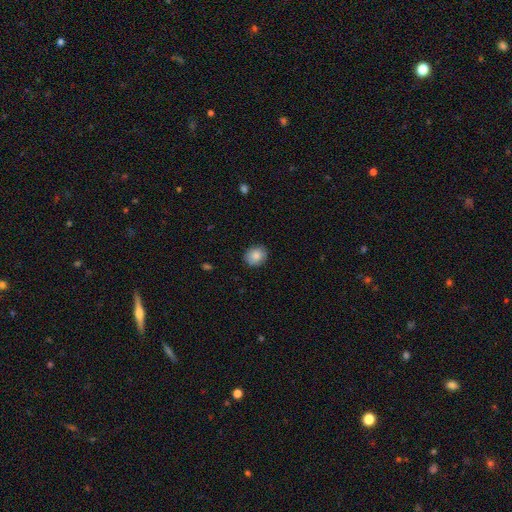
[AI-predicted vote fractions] Overall: smooth (87%). How rounded: round (68%; in between 31%). Merging: none (88%).